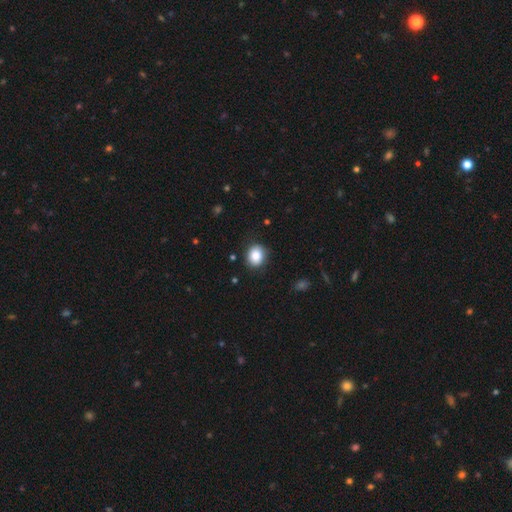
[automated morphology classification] This is clearly a smooth galaxy (87%). How rounded: likely round (68%). Merging: clearly none (86%).